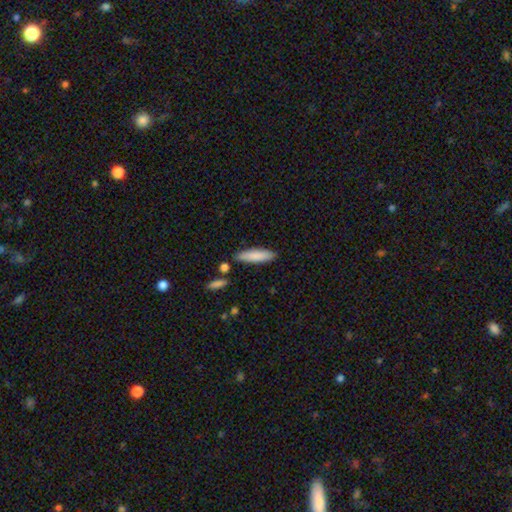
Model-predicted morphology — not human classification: This appears to be a smooth galaxy with no disk features (84%) that is cigar-shaped (68%). Merging: none (83%).